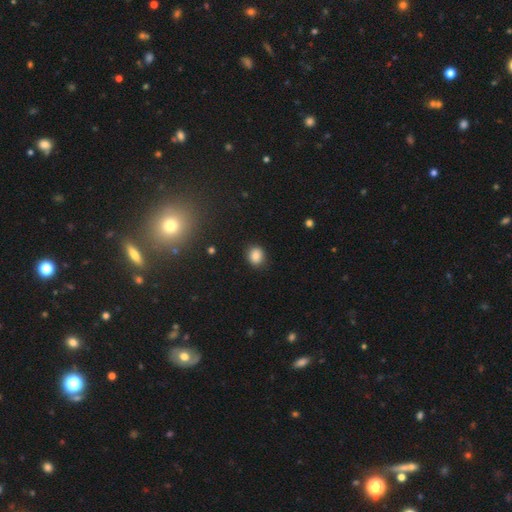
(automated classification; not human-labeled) smooth-or-featured: smooth: 84% | star or artifact: 11% | featured or disk: 5%
  how-rounded: round: 70% | in between: 29% | cigar-shaped: 1%
  merging: none: 87% | minor disturbance: 10% | major disturbance: 2% | merger: 1%